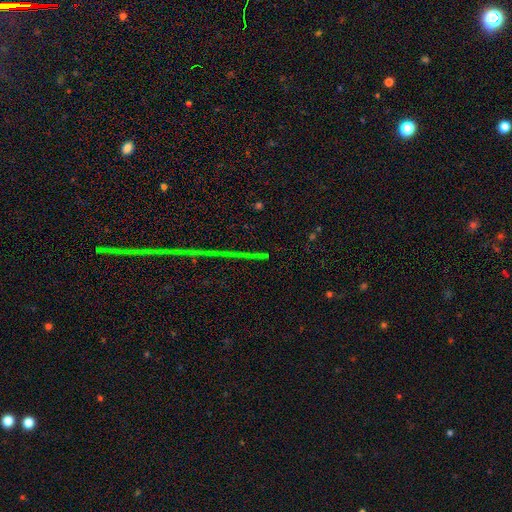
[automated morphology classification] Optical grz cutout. It shows a star or artifact, not a galaxy (83%).